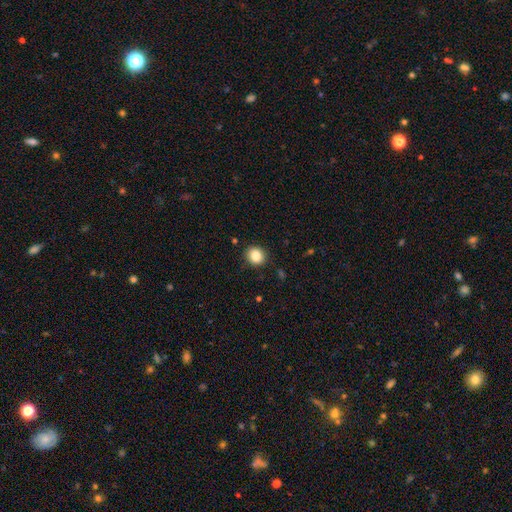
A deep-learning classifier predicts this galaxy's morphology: Q: Smooth or featured?
A: smooth (86%); runner-up: star or artifact (10%)
Q: How rounded?
A: round (80%); runner-up: in between (19%)
Q: Merging?
A: none (87%); runner-up: minor disturbance (9%)